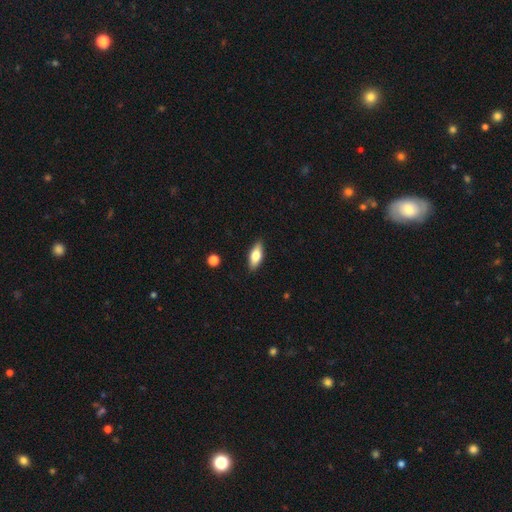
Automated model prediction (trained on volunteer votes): Morphology: type=smooth (72%); roundness=in between (77%); merging=none (87%).